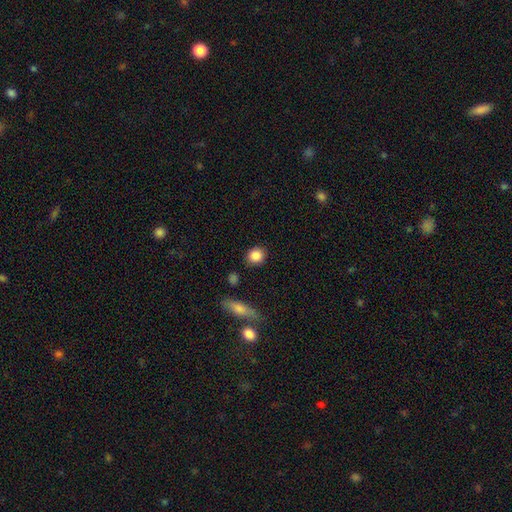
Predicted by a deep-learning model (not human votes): Smooth or featured?
  - smooth: 86% *
  - star or artifact: 8%
  - featured or disk: 6%
How rounded?
  - round: 76% *
  - in between: 22%
  - cigar-shaped: 2%
Merging?
  - none: 86% *
  - minor disturbance: 9%
  - merger: 3%
  - major disturbance: 3%